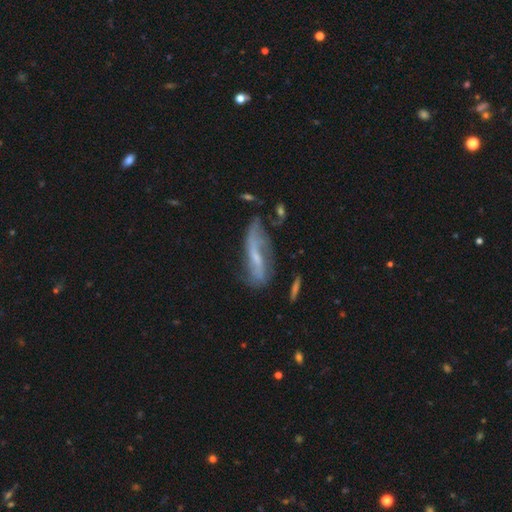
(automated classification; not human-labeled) smooth_or_featured: featured or disk (p=0.65) [alt: smooth p=0.25]
disk_edge_on: no (p=0.73) [alt: yes p=0.27]
merging: none (p=0.50) [alt: minor disturbance p=0.28]